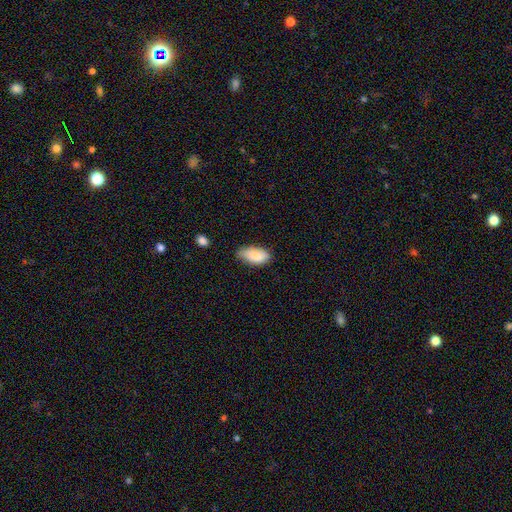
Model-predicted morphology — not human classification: Q: Smooth or featured?
A: smooth (85%); runner-up: featured or disk (9%)
Q: How rounded?
A: in between (93%); runner-up: cigar-shaped (4%)
Q: Merging?
A: none (61%); runner-up: minor disturbance (32%)